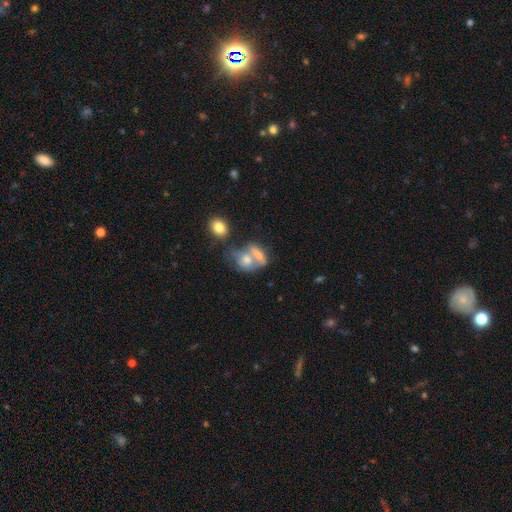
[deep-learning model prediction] Smooth or featured? smooth (57%)
How rounded? in between (63%)
Merging? merger (59%)